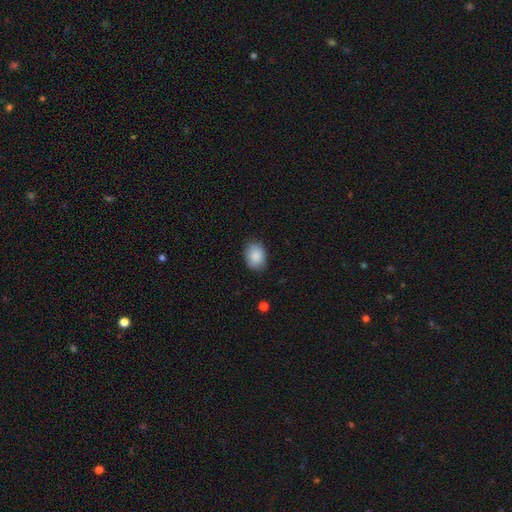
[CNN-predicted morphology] Smooth or featured? smooth (87%)
How rounded? in between (68%)
Merging? none (81%)